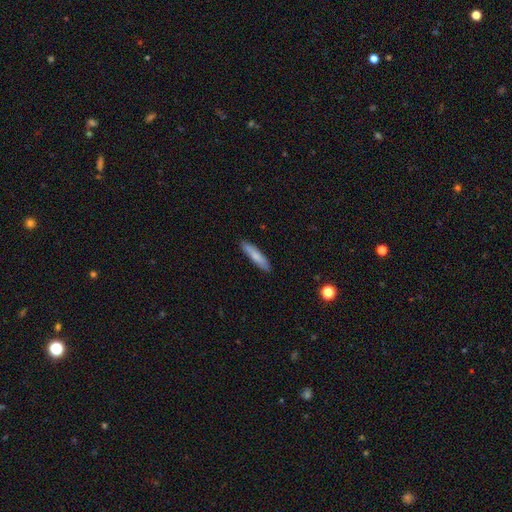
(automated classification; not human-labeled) This is likely a smooth galaxy (76%). How rounded: clearly cigar-shaped (84%). Merging: clearly none (89%).